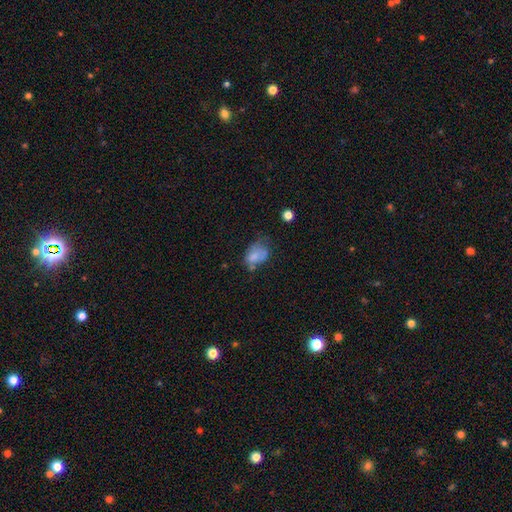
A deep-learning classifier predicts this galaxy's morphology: Smooth or featured?
  - smooth: 67% *
  - featured or disk: 23%
  - star or artifact: 11%
How rounded?
  - in between: 75% *
  - round: 24%
  - cigar-shaped: 1%
Merging?
  - minor disturbance: 33% *
  - none: 30%
  - major disturbance: 26%
  - merger: 11%